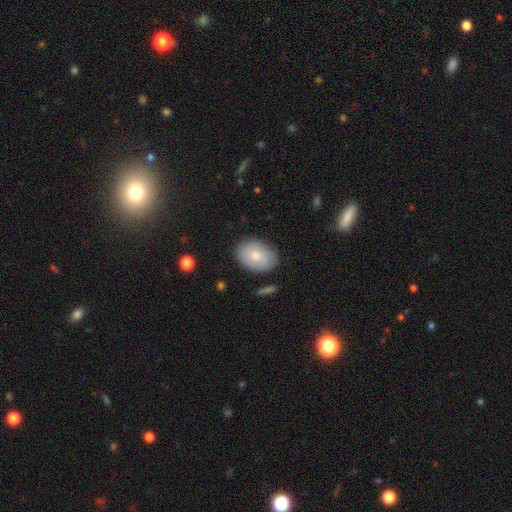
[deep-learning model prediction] Q: Smooth or featured?
A: smooth (77%); runner-up: featured or disk (17%)
Q: How rounded?
A: in between (79%); runner-up: round (20%)
Q: Merging?
A: none (84%); runner-up: minor disturbance (12%)